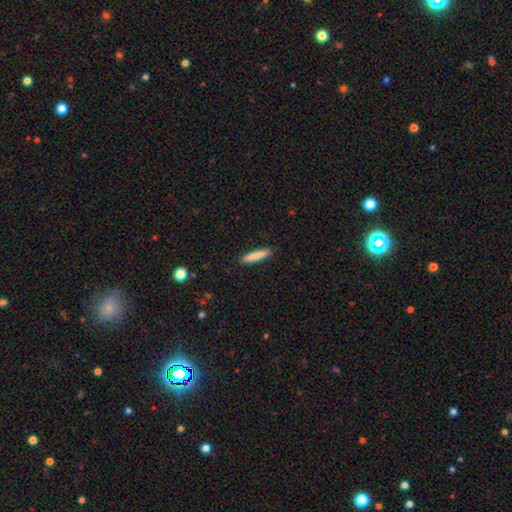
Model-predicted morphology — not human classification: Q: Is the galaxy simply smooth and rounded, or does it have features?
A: smooth — 81%.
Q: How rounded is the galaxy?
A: cigar-shaped — 91%.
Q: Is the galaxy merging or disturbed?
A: none — 90%.